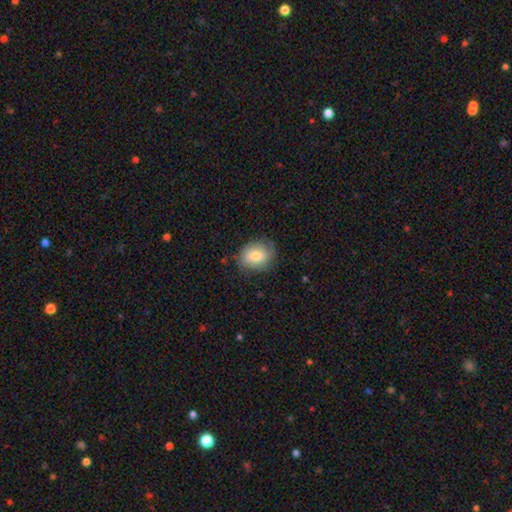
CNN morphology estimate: Smooth or featured?
  - smooth: 70% *
  - featured or disk: 23%
  - star or artifact: 7%
How rounded?
  - in between: 50% *
  - round: 49%
  - cigar-shaped: 1%
Merging?
  - none: 74% *
  - minor disturbance: 20%
  - major disturbance: 5%
  - merger: 1%